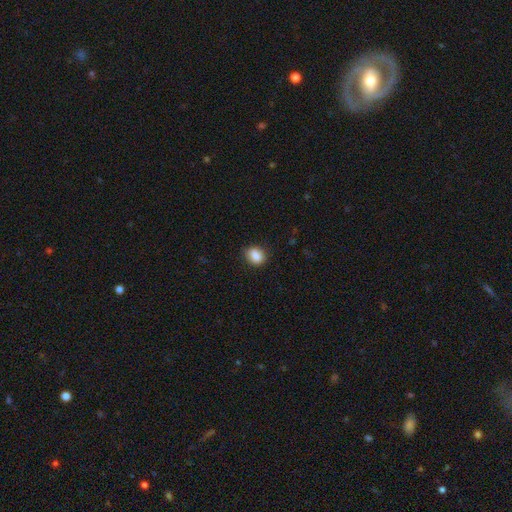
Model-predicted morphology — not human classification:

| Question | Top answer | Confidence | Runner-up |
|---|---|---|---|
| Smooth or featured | smooth | 86% | star or artifact (9%) |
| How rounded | in between | 51% | round (48%) |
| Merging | none | 81% | minor disturbance (15%) |